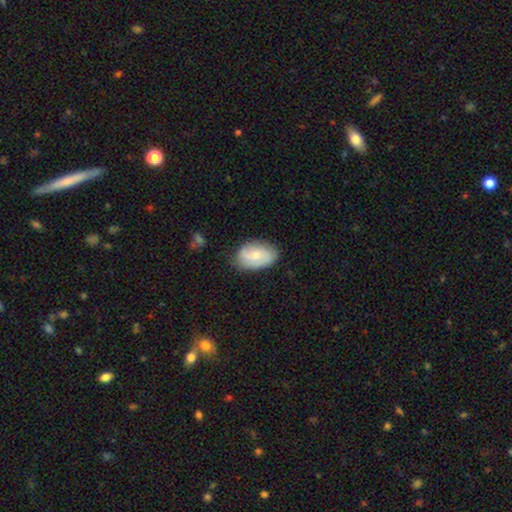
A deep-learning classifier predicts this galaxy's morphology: Smooth or featured? Predicted: smooth (p=0.50). Merging? Predicted: none (p=0.76).